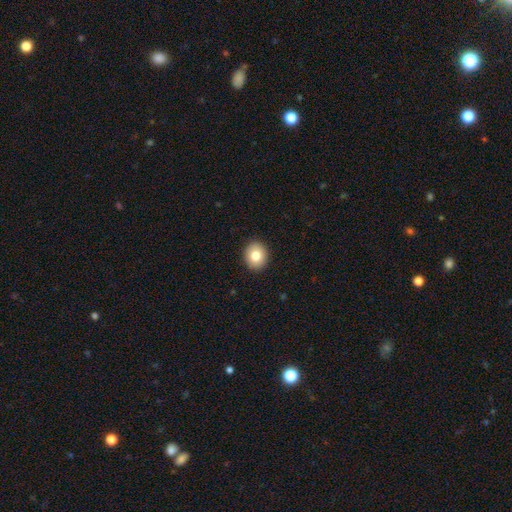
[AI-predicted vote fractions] Smooth or featured? Predicted: smooth (p=0.80). How rounded? Predicted: round (p=0.71). Merging? Predicted: none (p=0.92).